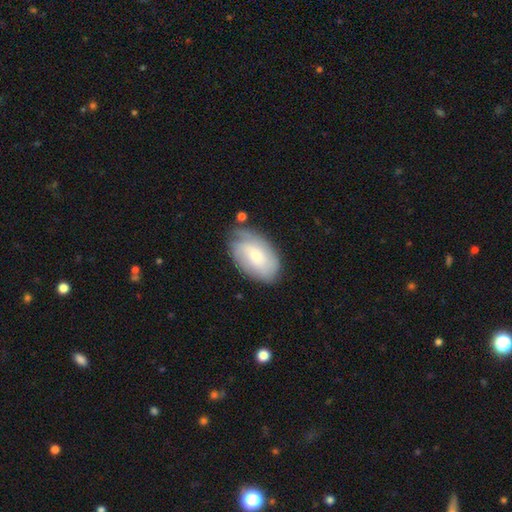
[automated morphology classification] A smooth galaxy with no disk features (48%). Merging: none (68%).